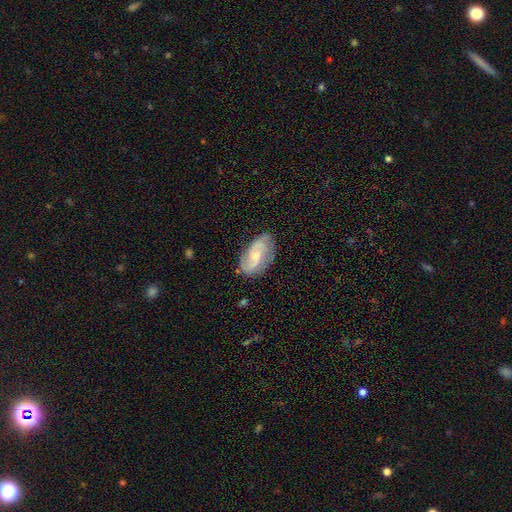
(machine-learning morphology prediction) Smooth or featured: featured or disk — 67% (smooth — 26%)
Edge-on disk: no — 96% (yes — 4%)
Bar: no — 52% (weak — 40%)
Spiral arms: yes — 90% (no — 10%)
Spiral winding: medium — 43% (loose — 34%)
Spiral arm count: 2 — 76% (can't tell — 14%)
Bulge size: small — 54% (moderate — 38%)
Merging: none — 73% (minor disturbance — 20%)